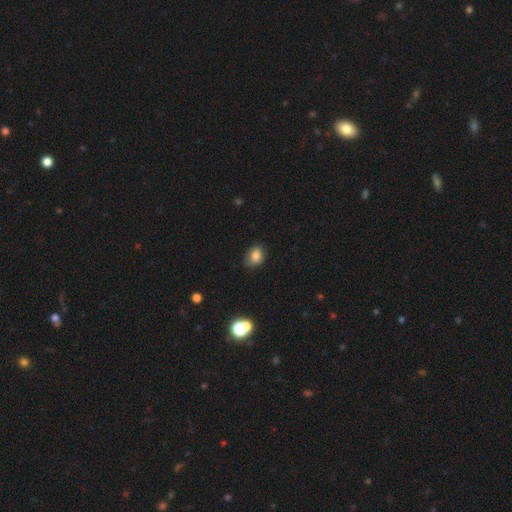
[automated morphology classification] smooth_or_featured: smooth (p=0.82) [alt: star or artifact p=0.11]
how_rounded: in between (p=0.60) [alt: round p=0.39]
merging: none (p=0.73) [alt: minor disturbance p=0.21]